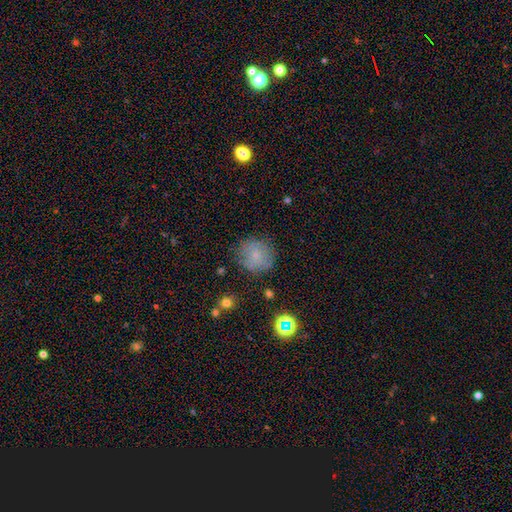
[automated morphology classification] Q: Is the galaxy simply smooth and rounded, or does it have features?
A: smooth — 73%.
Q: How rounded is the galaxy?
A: round — 90%.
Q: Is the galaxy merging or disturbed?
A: none — 78%.